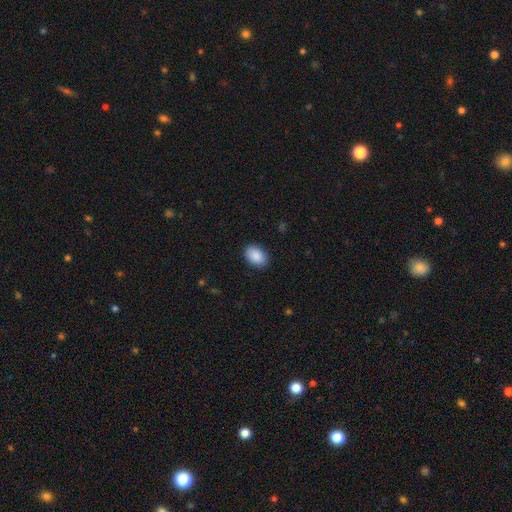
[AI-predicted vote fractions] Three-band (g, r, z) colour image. It shows a smooth galaxy with no disk features (90%) that is in between round and cigar-shaped (87%). Merging: none (88%).